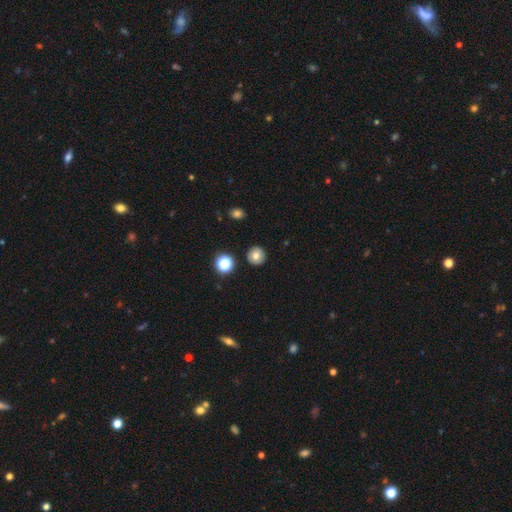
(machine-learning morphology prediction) The model was most divided on "smooth or featured": smooth: 75%, featured or disk: 13%, star or artifact: 12%. More confident: how rounded — round (94%); merging — none (91%).